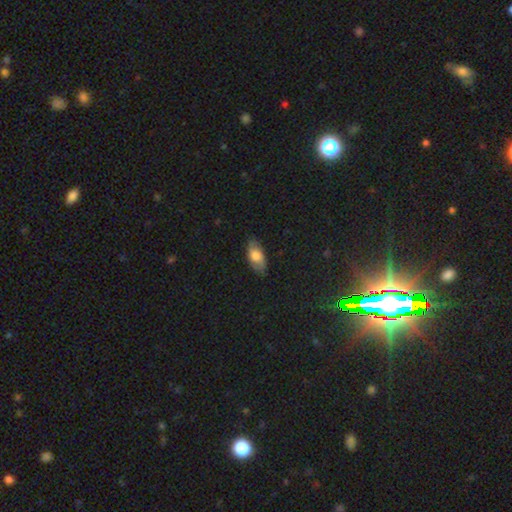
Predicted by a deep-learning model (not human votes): Morphology: type=smooth (66%); roundness=in between (90%); merging=none (80%).